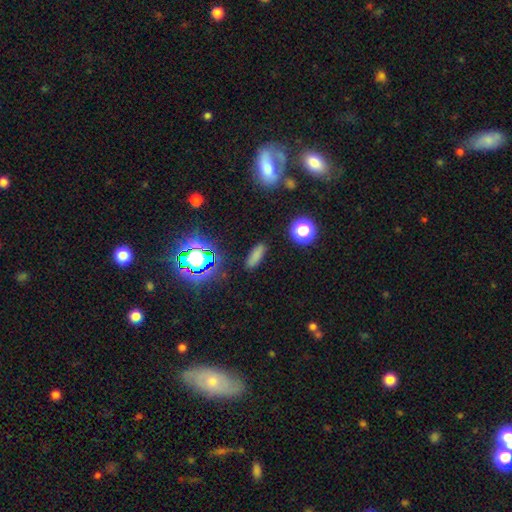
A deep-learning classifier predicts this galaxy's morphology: smooth 74%, star or artifact 18%, featured or disk 8%. Down the decision tree: how rounded — in between (51%); merging — none (86%).